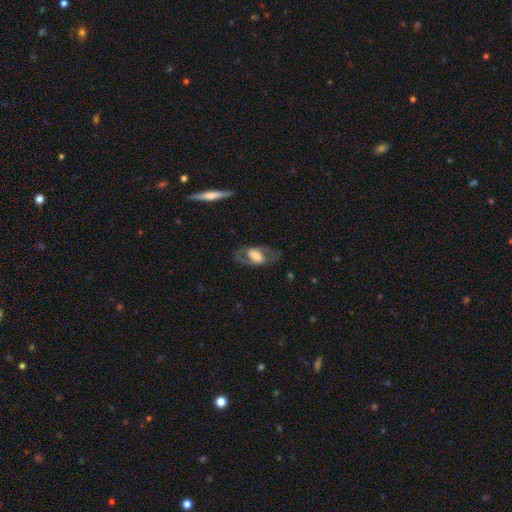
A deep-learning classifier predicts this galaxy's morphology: The model was most divided on "bulge size": large: 39%, moderate: 36%, small: 15%, dominant: 5%, none: 5%. Remaining: edge-on disk — no (89%); merging — none (74%); spiral arms — yes (69%); smooth or featured — featured or disk (64%); bar — weak (36%).